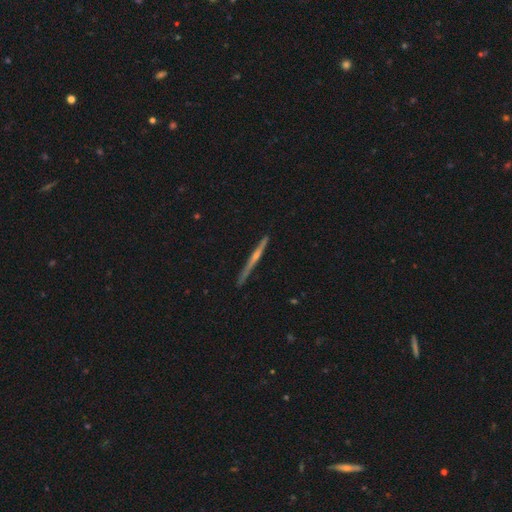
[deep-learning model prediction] Smooth or featured: featured or disk — 70% (smooth — 24%)
Edge-on disk: yes — 98% (no — 2%)
Edge-on bulge: rounded — 50% (none — 42%)
Merging: none — 87% (minor disturbance — 10%)